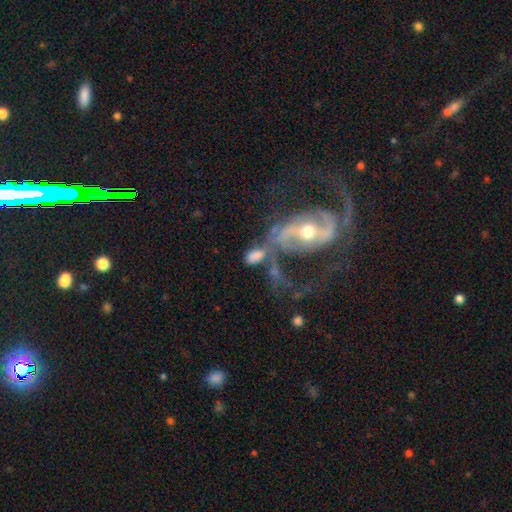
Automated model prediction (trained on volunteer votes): smooth_or_featured: smooth (p=0.48) [alt: featured or disk p=0.40]
merging: merger (p=0.43) [alt: none p=0.27]